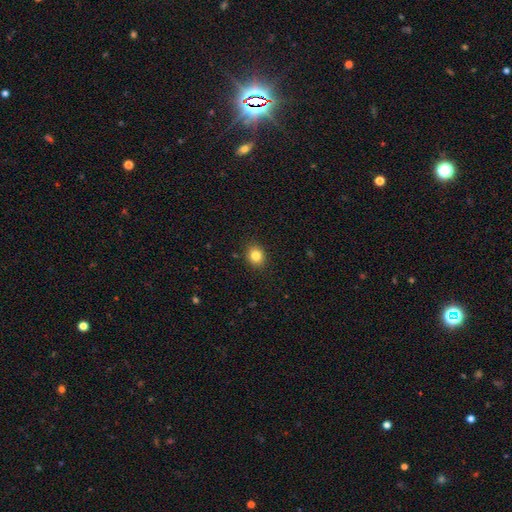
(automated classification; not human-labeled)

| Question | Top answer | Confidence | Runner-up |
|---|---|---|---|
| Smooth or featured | smooth | 83% | star or artifact (11%) |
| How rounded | round | 69% | in between (30%) |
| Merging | none | 90% | minor disturbance (7%) |